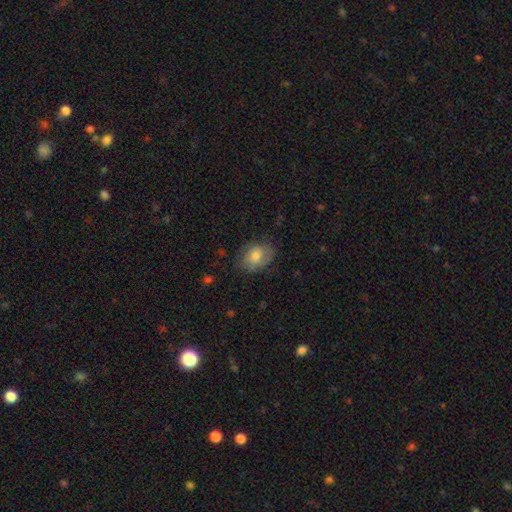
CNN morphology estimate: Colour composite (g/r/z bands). It shows a smooth galaxy with no disk features (74%) that is in between round and cigar-shaped (72%). Merging: none (73%).